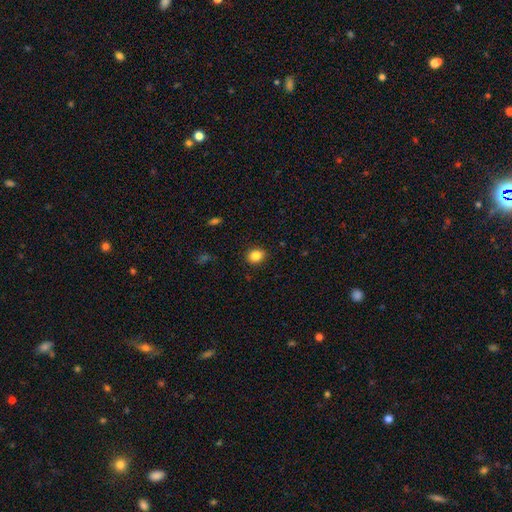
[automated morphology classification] smooth 86%, star or artifact 10%, featured or disk 4%. Down the decision tree: how rounded — round (61%); merging — none (90%).